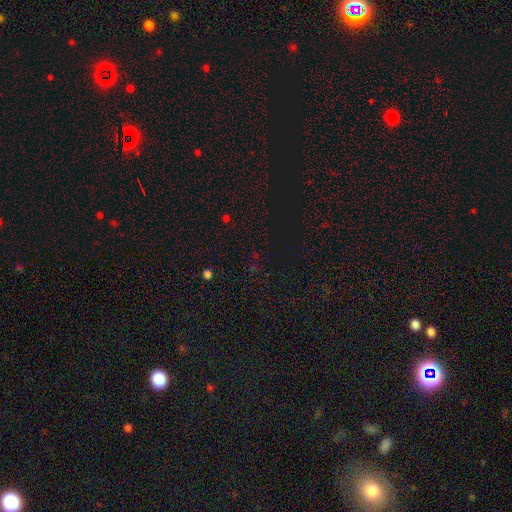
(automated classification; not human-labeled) smooth-or-featured: star or artifact: 69% | smooth: 23% | featured or disk: 7%